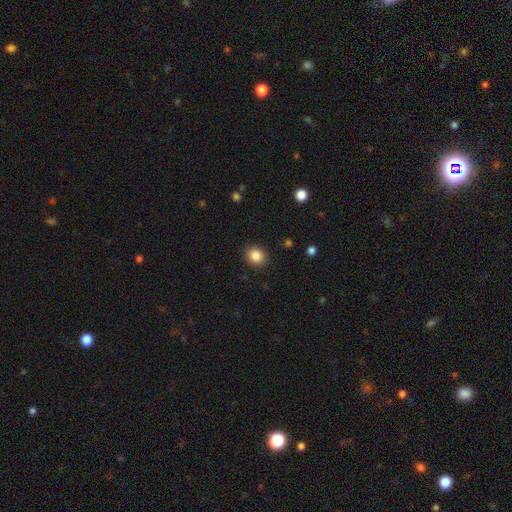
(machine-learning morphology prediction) smooth_or_featured: smooth (p=0.86) [alt: star or artifact p=0.10]
how_rounded: round (p=0.77) [alt: in between p=0.22]
merging: none (p=0.90) [alt: minor disturbance p=0.07]